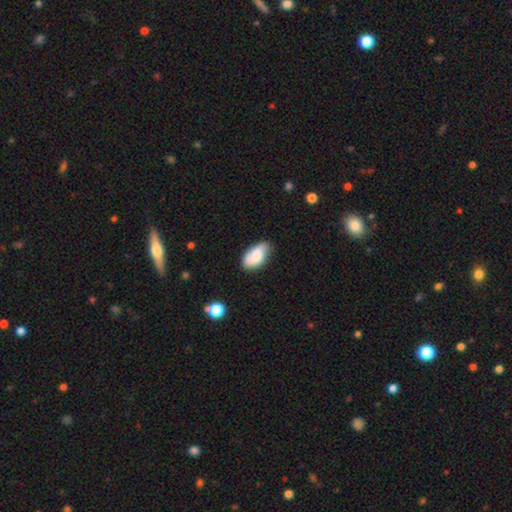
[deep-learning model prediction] This appears to be a smooth galaxy with no disk features (69%) that is in between round and cigar-shaped (94%). Merging: none (73%).